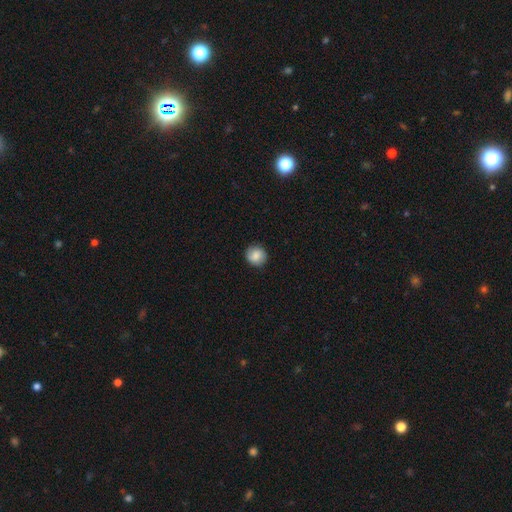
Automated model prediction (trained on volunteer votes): The model was most divided on "smooth or featured": smooth: 80%, featured or disk: 12%, star or artifact: 8%. More confident: how rounded — round (88%); merging — none (86%).